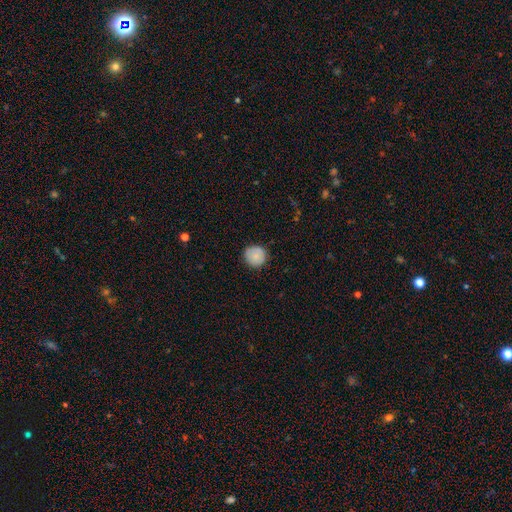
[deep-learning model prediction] A smooth galaxy with no disk features (83%) that is round (93%).

Vote fractions:
- Smooth or featured? smooth: 83% / featured or disk: 9% / star or artifact: 8%
- How rounded? round: 93% / in between: 6% / cigar-shaped: 1%
- Merging? none: 85% / minor disturbance: 12% / major disturbance: 2% / merger: 1%